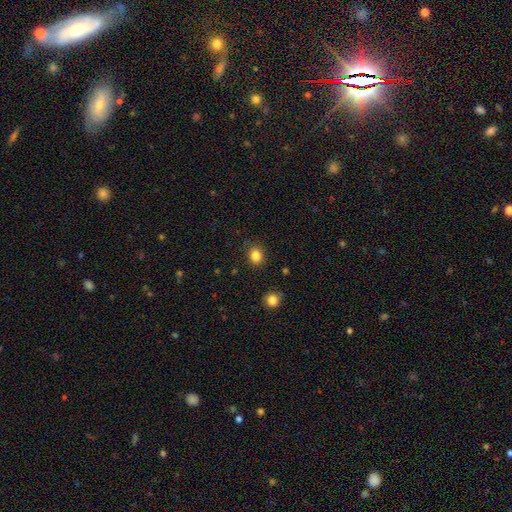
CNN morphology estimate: A smooth galaxy with no disk features (84%) that is round (65%). Merging: none (85%).